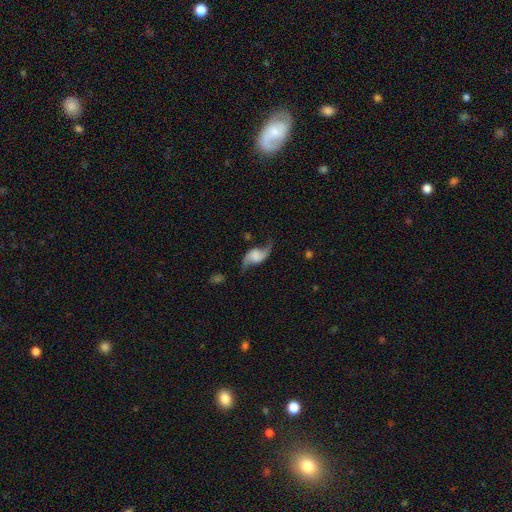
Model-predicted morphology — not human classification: featured or disk 83%, smooth 10%, star or artifact 6%. Down the decision tree: edge-on disk — no (96%); bar — no (54%); spiral arms — yes (96%); spiral arm count — 2 (93%); spiral winding — loose (85%); bulge size — none (46%); merging — none (69%).